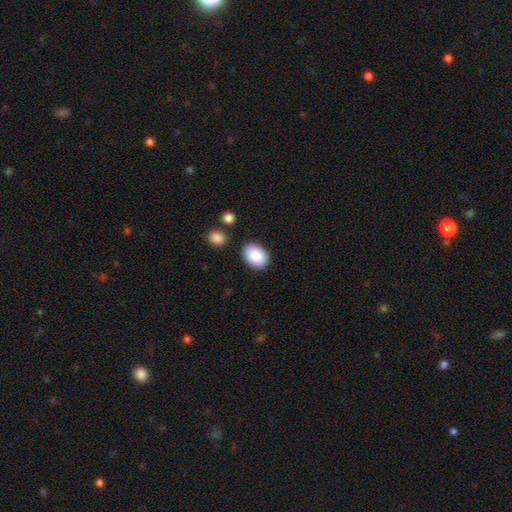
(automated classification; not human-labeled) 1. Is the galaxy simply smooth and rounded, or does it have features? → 87% smooth, 7% star or artifact, 6% featured or disk.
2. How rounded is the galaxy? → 83% in between, 16% round, 1% cigar-shaped.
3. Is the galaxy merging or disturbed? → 83% none, 11% minor disturbance, 3% merger, 3% major disturbance.